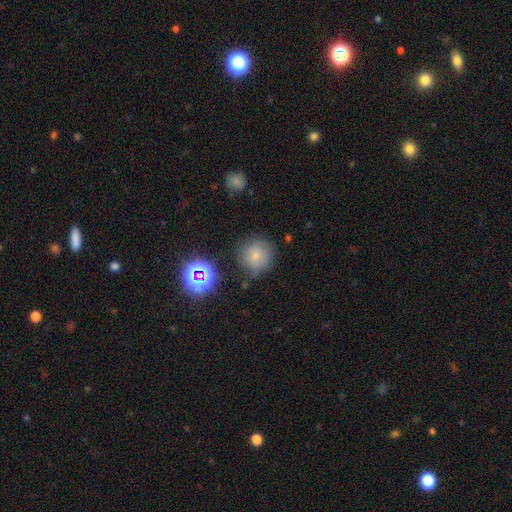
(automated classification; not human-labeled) Smooth or featured: smooth — 70% (star or artifact — 18%)
How rounded: round — 90% (in between — 9%)
Merging: none — 72% (minor disturbance — 18%)